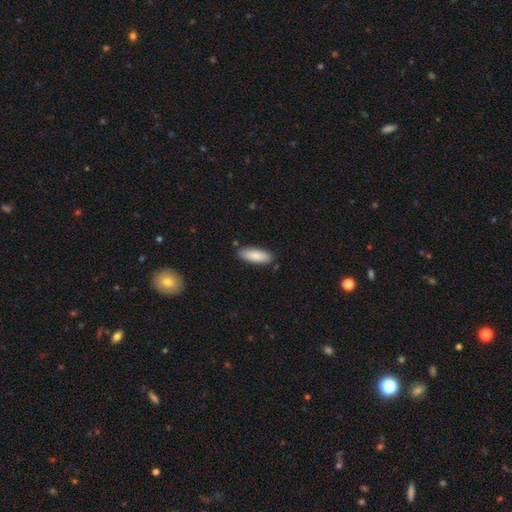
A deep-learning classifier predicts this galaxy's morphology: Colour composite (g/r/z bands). It shows a smooth galaxy with no disk features (87%) that is in between round and cigar-shaped (65%). Merging: none (85%).